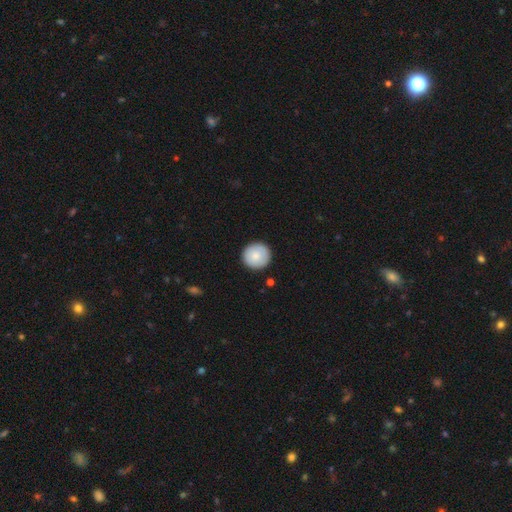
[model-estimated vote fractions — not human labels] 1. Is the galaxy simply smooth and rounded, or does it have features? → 82% smooth, 12% featured or disk, 6% star or artifact.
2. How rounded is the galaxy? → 95% round, 4% in between, 1% cigar-shaped.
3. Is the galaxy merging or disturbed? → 91% none, 6% minor disturbance, 2% major disturbance, 1% merger.